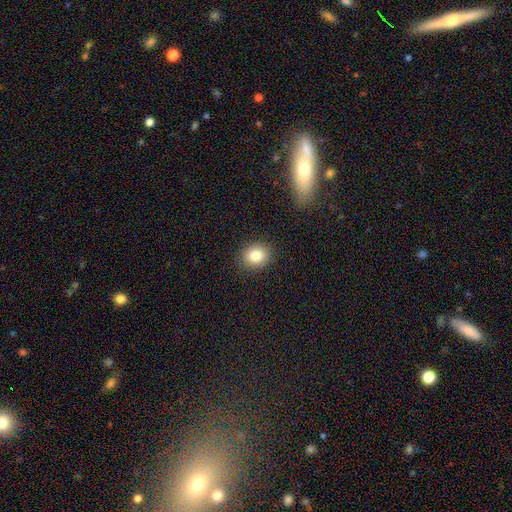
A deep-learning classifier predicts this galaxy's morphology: A smooth galaxy with no disk features (82%) that is round (66%). Merging: none (89%).